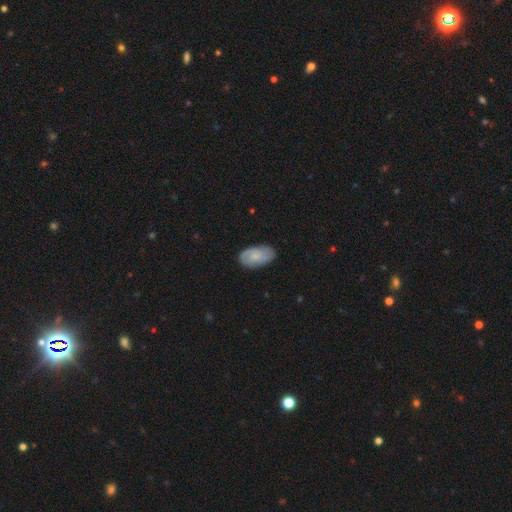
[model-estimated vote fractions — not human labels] Smooth or featured? smooth (48%)
Merging? none (81%)